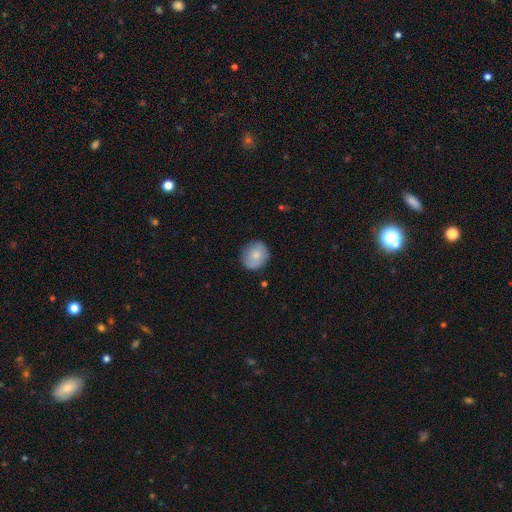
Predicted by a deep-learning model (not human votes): smooth-or-featured: smooth: 77% | featured or disk: 17% | star or artifact: 7%
  how-rounded: round: 82% | in between: 17% | cigar-shaped: 1%
  merging: none: 81% | minor disturbance: 15% | major disturbance: 3% | merger: 1%